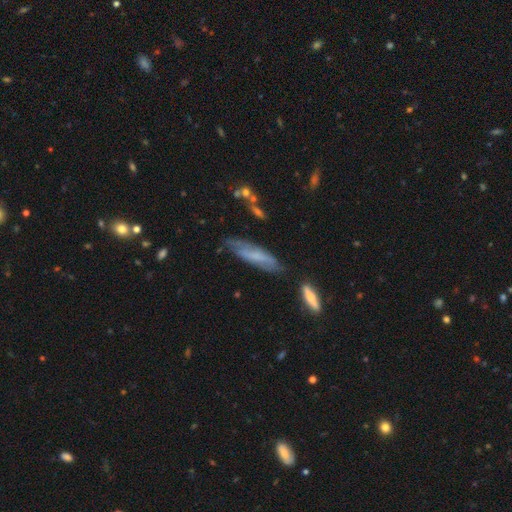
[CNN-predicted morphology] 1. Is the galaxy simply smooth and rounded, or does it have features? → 46% featured or disk, 45% smooth, 8% star or artifact.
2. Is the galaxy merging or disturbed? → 62% none, 25% minor disturbance, 9% major disturbance, 5% merger.